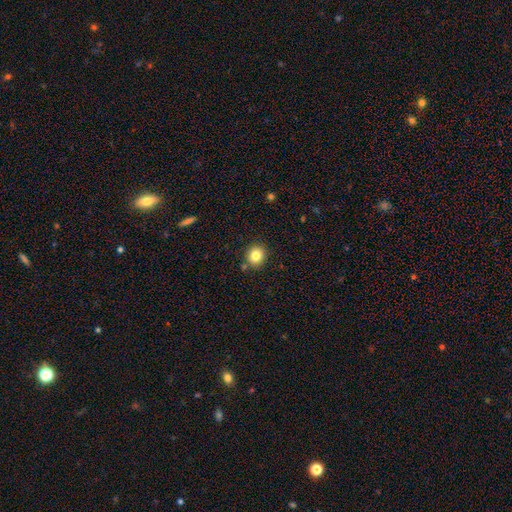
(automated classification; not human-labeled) Overall: smooth (82%). How rounded: round (84%). Merging: none (85%).